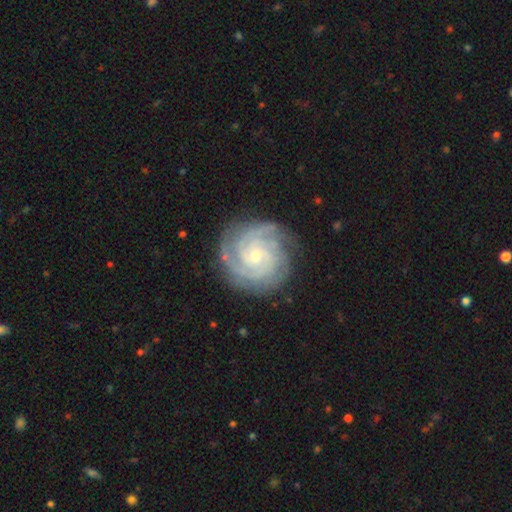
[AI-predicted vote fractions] This is clearly a featured or disk galaxy (90%). It is clearly not viewed edge-on (98%). Bar: likely no (70%). Spiral arm pattern: clearly yes (98%). Spiral arm count: marginally 3 (34%). Spiral winding: likely tight (79%). Central bulge: likely small (72%). Merging: clearly none (83%).